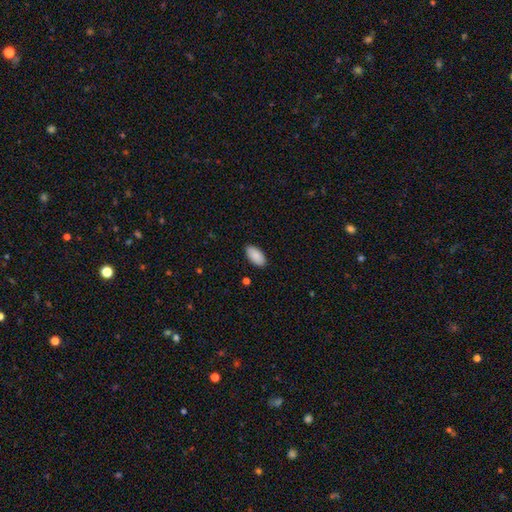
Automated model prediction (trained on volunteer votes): This is clearly a smooth galaxy (90%). How rounded: clearly in between (95%). Merging: clearly none (88%).